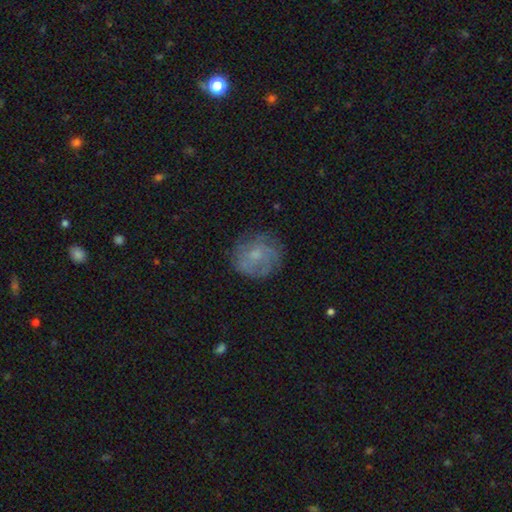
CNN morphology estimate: Smooth or featured? featured or disk (46%)
Merging? none (74%)